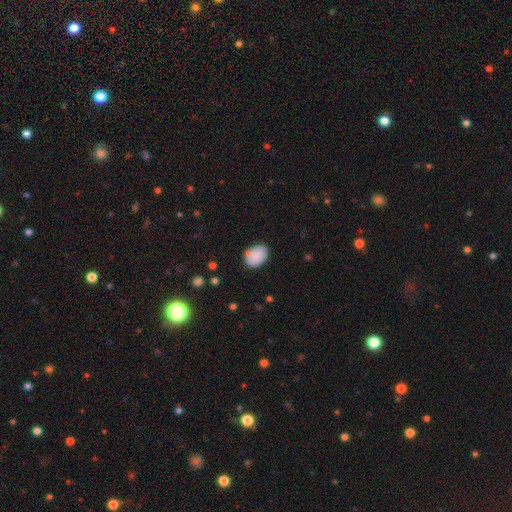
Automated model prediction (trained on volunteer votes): Overall: smooth (86%). How rounded: in between (82%). Merging: none (74%).